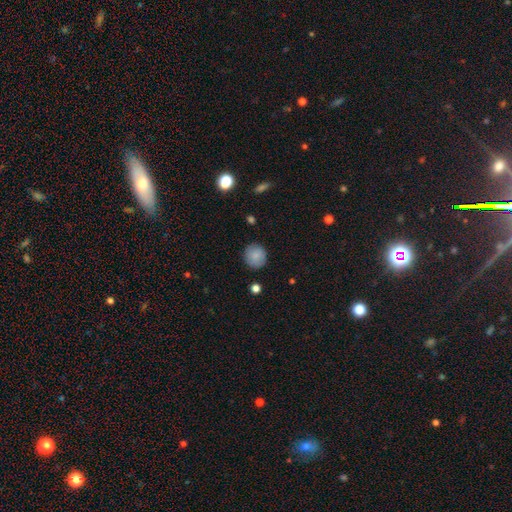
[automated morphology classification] Smooth or featured?
  - smooth: 84% *
  - featured or disk: 9%
  - star or artifact: 8%
How rounded?
  - round: 89% *
  - in between: 10%
  - cigar-shaped: 1%
Merging?
  - none: 85% *
  - minor disturbance: 11%
  - major disturbance: 2%
  - merger: 1%